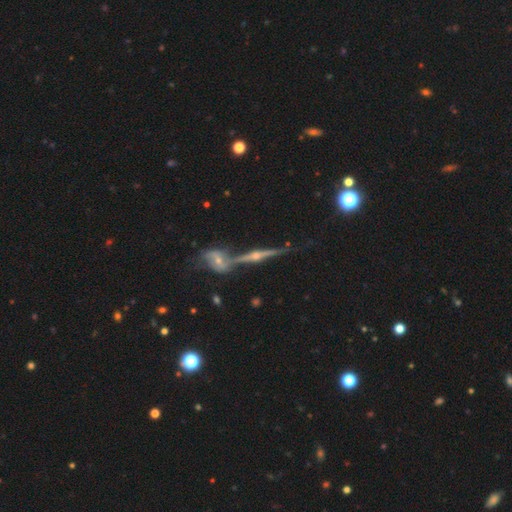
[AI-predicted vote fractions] featured or disk 86%, star or artifact 7%, smooth 7%. Down the decision tree: edge-on disk — yes (96%); edge-on bulge — rounded (92%); merging — none (65%).